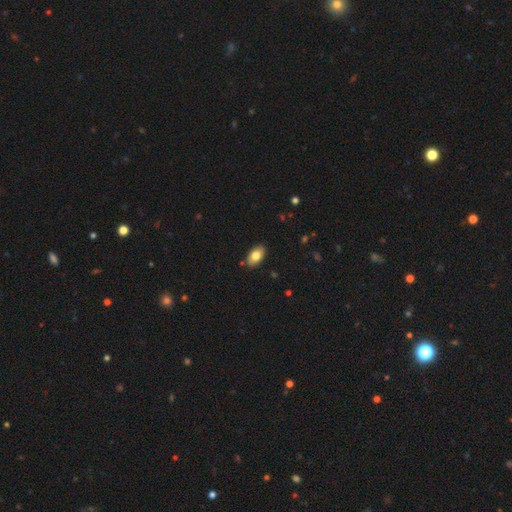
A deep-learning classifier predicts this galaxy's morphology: type=smooth (80%); roundness=in between (93%); merging=none (86%).